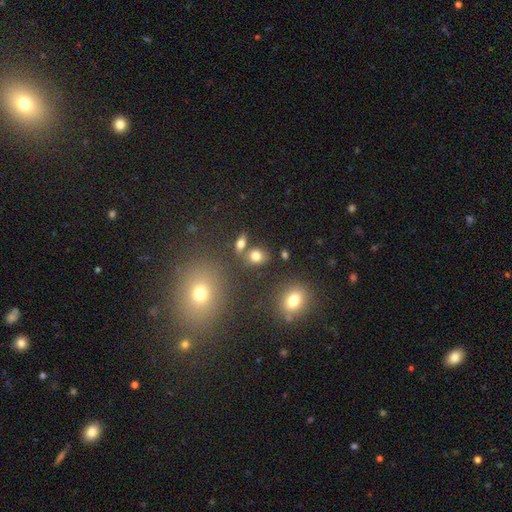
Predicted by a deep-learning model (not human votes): The model was most divided on "how rounded": in between: 53%, round: 44%, cigar-shaped: 2%. More confident: smooth or featured — smooth (77%); merging — none (69%).